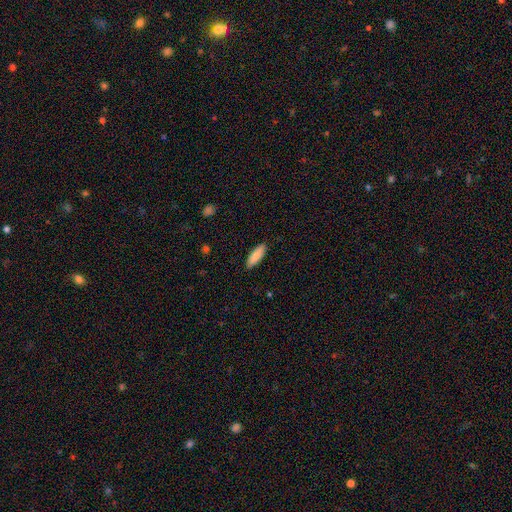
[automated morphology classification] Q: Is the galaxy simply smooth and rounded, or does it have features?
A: smooth — 86%.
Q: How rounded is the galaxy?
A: in between — 54%.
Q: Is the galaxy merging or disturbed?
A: none — 89%.